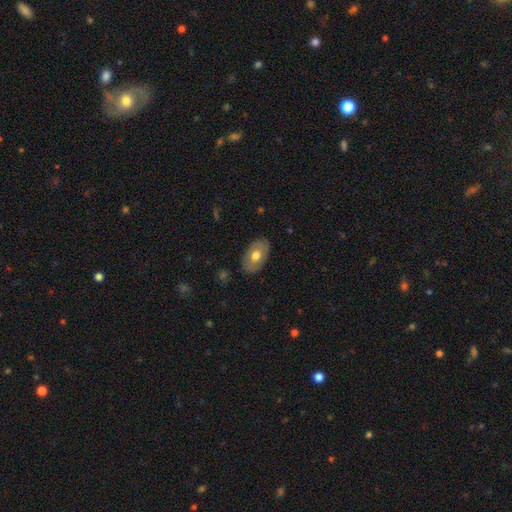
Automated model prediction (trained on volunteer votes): Smooth or featured: smooth — 60% (featured or disk — 35%)
How rounded: in between — 91% (round — 7%)
Merging: none — 85% (minor disturbance — 11%)